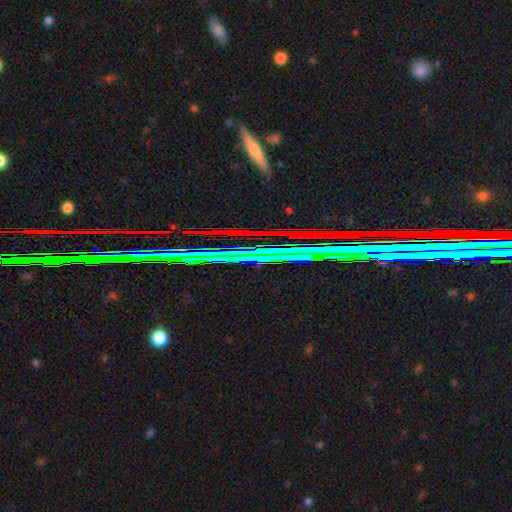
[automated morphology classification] smooth-or-featured: star or artifact: 74% | featured or disk: 15% | smooth: 11%